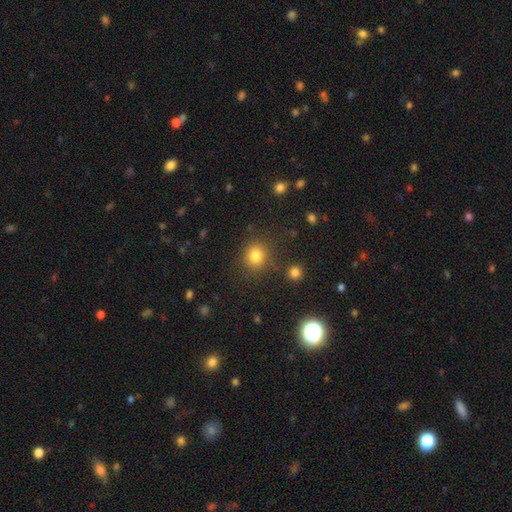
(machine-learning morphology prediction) The model was most divided on "smooth or featured": smooth: 81%, star or artifact: 13%, featured or disk: 6%. More confident: how rounded — round (83%); merging — none (82%).